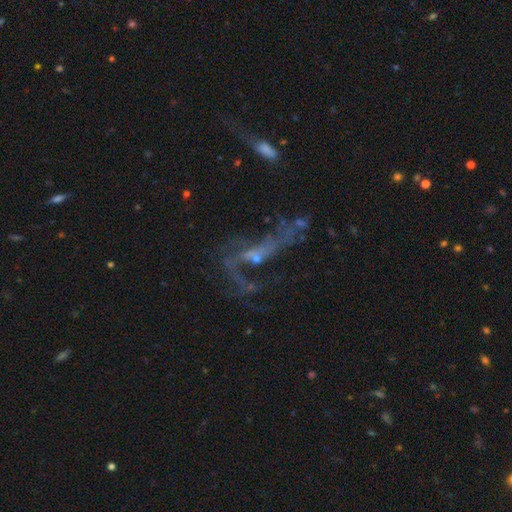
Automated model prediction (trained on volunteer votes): Smooth or featured? featured or disk (71%)
Edge-on disk? no (88%)
Bar? no (60%)
Spiral arms? yes (63%)
Bulge size? small (56%)
Merging? none (37%)